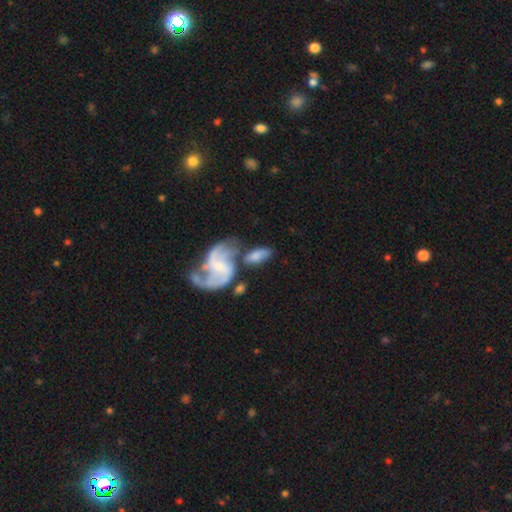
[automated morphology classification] This appears to be a featured or disk galaxy (65%) with a weak bar (46%), 2 (84%) loose (56%) spiral arms (88%) and a small central bulge (61%). Merging: none (37%).